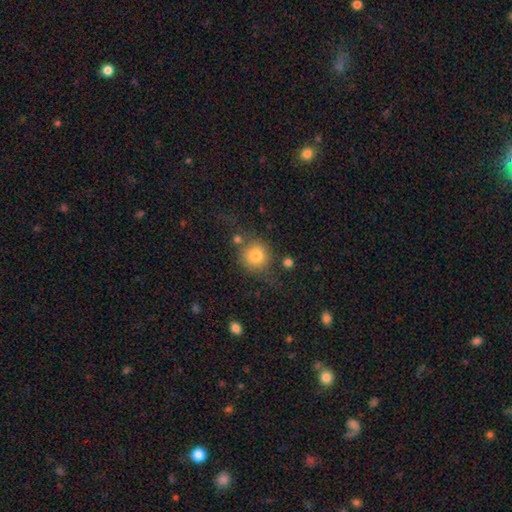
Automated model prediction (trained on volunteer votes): Smooth or featured? smooth (79%)
How rounded? round (88%)
Merging? none (65%)